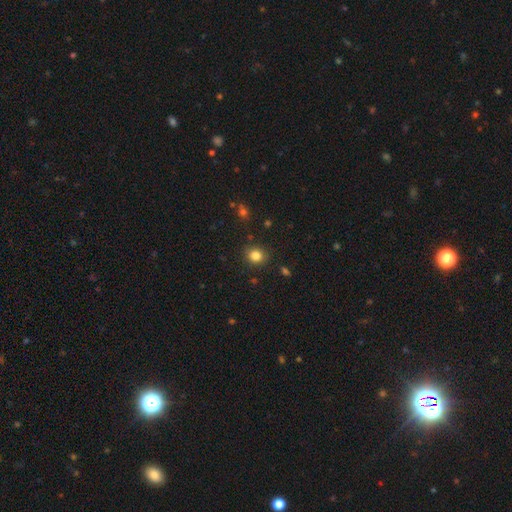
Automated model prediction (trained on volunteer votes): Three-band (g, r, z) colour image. It shows a smooth galaxy with no disk features (83%) that is round (77%). Merging: none (86%).